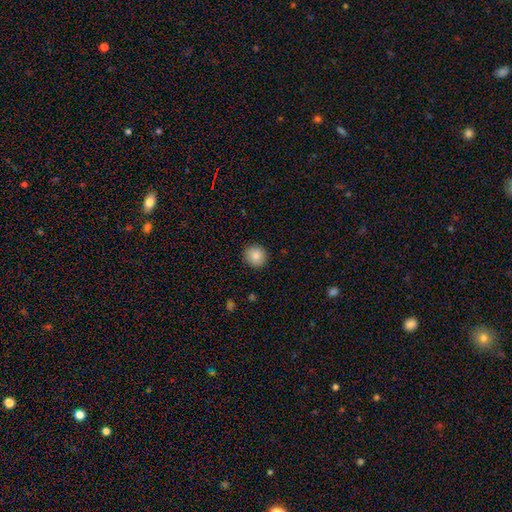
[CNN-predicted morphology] type=smooth (86%); roundness=round (90%); merging=none (91%).